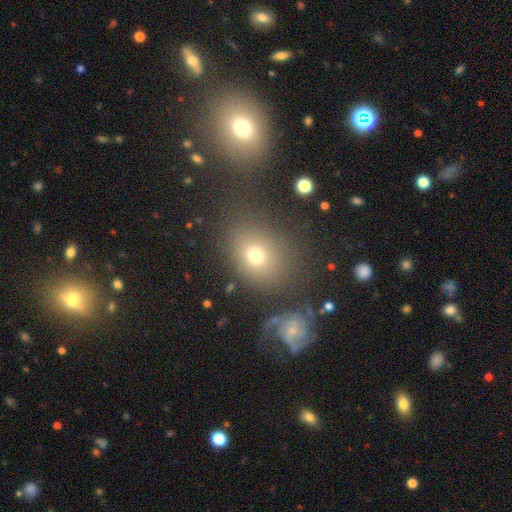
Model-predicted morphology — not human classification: smooth-or-featured: smooth: 67% | featured or disk: 18% | star or artifact: 15%
  how-rounded: round: 55% | in between: 43% | cigar-shaped: 1%
  merging: none: 69% | minor disturbance: 14% | merger: 10% | major disturbance: 8%